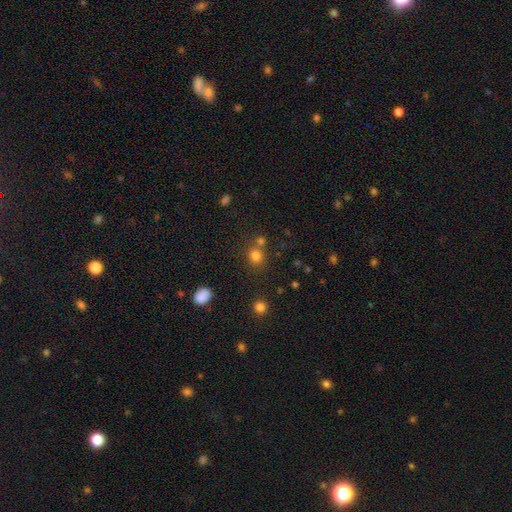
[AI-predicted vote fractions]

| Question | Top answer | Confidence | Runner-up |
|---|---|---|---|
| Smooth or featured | smooth | 79% | star or artifact (16%) |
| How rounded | round | 78% | in between (21%) |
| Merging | none | 64% | merger (22%) |